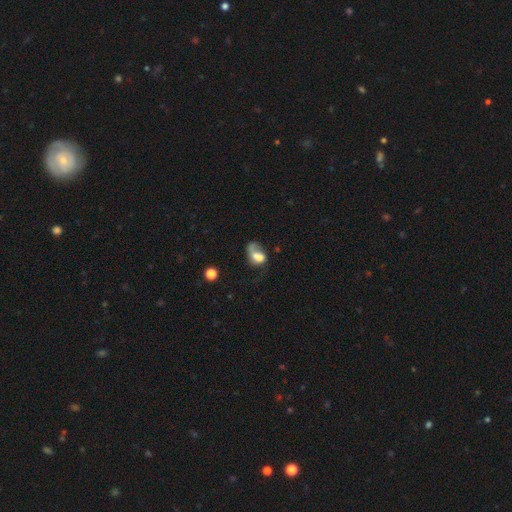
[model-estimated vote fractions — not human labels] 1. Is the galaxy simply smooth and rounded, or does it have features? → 59% smooth, 29% featured or disk, 12% star or artifact.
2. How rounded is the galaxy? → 72% in between, 26% round, 2% cigar-shaped.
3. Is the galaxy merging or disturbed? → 34% merger, 31% major disturbance, 20% none, 15% minor disturbance.